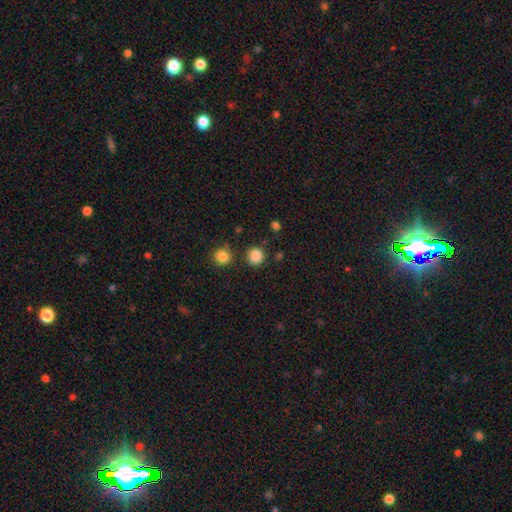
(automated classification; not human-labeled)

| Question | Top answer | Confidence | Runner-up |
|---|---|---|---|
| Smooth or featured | smooth | 86% | star or artifact (11%) |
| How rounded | round | 91% | in between (8%) |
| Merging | none | 85% | minor disturbance (8%) |